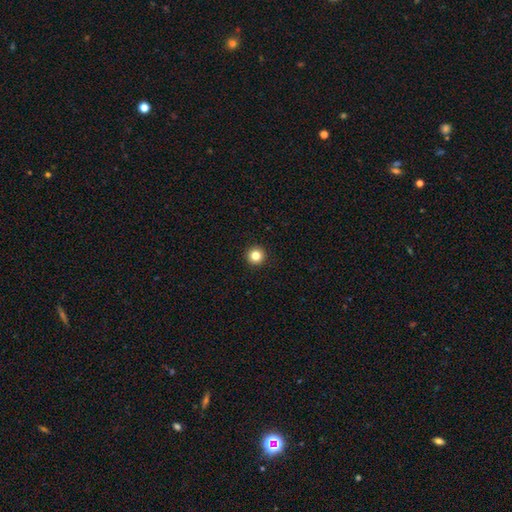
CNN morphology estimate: Smooth or featured?
  - smooth: 83% *
  - star or artifact: 12%
  - featured or disk: 5%
How rounded?
  - round: 96% *
  - in between: 3%
  - cigar-shaped: 1%
Merging?
  - none: 94% *
  - minor disturbance: 4%
  - major disturbance: 1%
  - merger: 1%